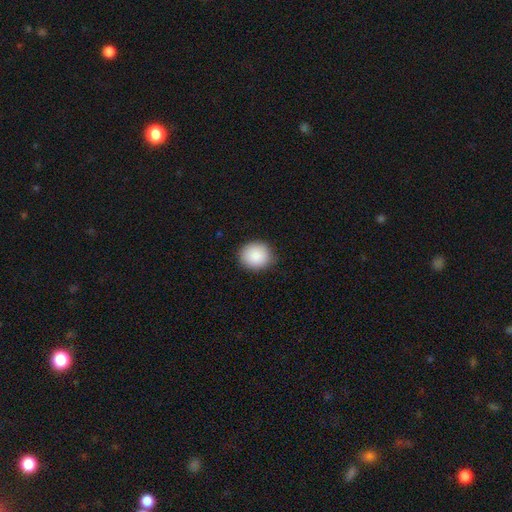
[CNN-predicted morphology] Overall: smooth (88%). How rounded: round (78%). Merging: none (88%).